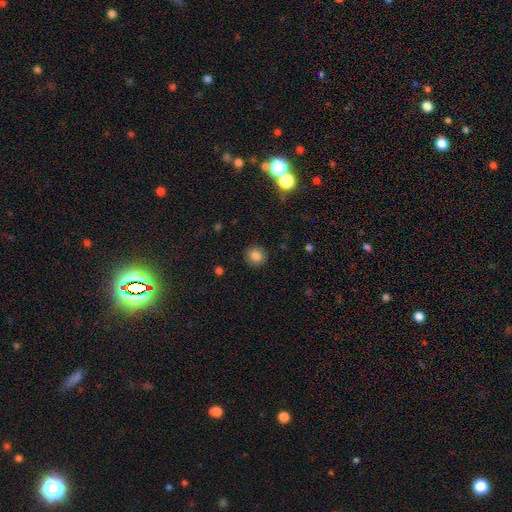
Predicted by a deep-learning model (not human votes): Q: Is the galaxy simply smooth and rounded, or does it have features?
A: smooth — 84%.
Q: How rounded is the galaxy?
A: round — 87%.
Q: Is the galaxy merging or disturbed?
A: none — 89%.